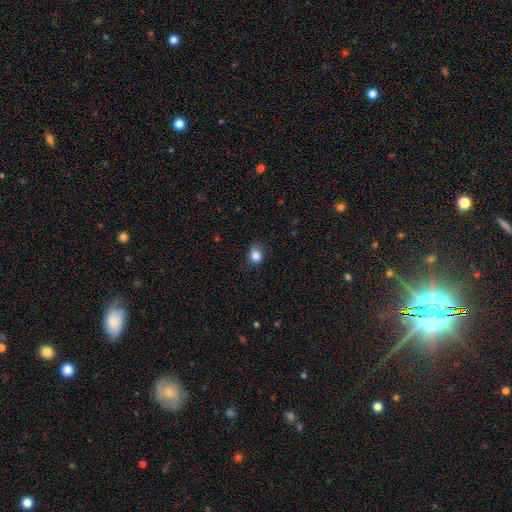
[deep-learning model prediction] This appears to be a smooth galaxy with no disk features (84%) that is round (58%). Merging: none (77%).